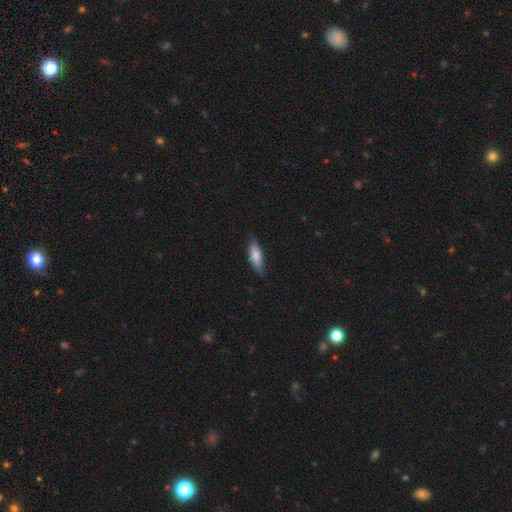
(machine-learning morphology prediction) A smooth galaxy with no disk features (75%) that is cigar-shaped (54%).

Vote fractions:
- Smooth or featured? smooth: 75% / featured or disk: 19% / star or artifact: 6%
- How rounded? cigar-shaped: 54% / in between: 45% / round: 2%
- Merging? none: 78% / minor disturbance: 19% / major disturbance: 3% / merger: 1%